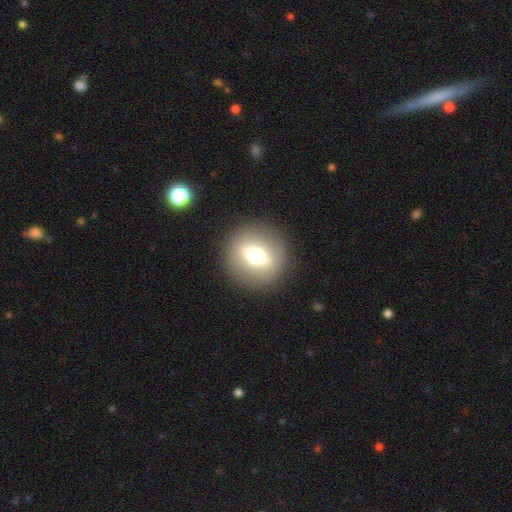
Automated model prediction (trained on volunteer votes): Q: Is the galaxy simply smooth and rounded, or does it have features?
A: smooth — 51%.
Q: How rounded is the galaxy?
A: round — 90%.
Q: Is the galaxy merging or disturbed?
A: none — 90%.